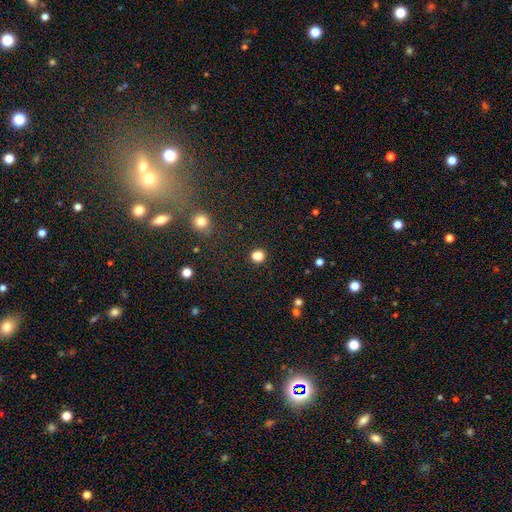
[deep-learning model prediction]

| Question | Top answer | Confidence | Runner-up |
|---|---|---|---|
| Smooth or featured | smooth | 82% | star or artifact (14%) |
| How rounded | round | 83% | in between (16%) |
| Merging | none | 89% | minor disturbance (6%) |